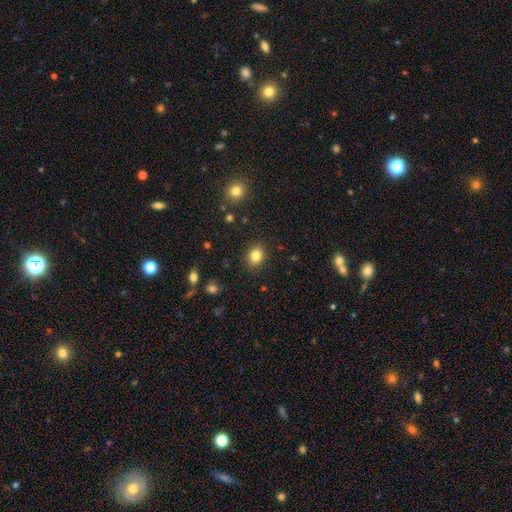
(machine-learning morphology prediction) A smooth galaxy with no disk features (83%) that is round (54%).

Vote fractions:
- Smooth or featured? smooth: 83% / star or artifact: 11% / featured or disk: 6%
- How rounded? round: 54% / in between: 45% / cigar-shaped: 1%
- Merging? none: 88% / minor disturbance: 8% / major disturbance: 2% / merger: 1%